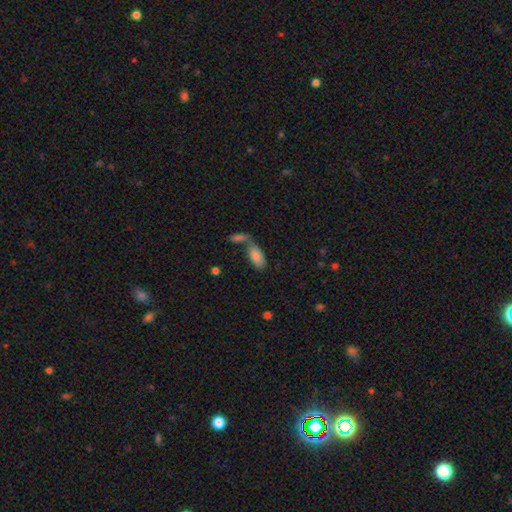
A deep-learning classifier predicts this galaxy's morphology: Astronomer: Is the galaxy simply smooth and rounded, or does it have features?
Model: smooth — 79%.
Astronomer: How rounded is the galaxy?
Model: in between — 90%.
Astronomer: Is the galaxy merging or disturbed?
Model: merger — 49% (runner-up: none, 33%).